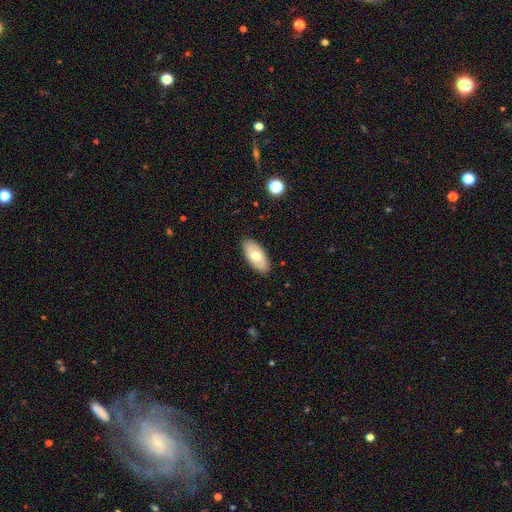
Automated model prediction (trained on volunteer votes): smooth-or-featured: smooth: 65% | featured or disk: 29% | star or artifact: 6%
  how-rounded: in between: 93% | cigar-shaped: 4% | round: 3%
  merging: none: 88% | minor disturbance: 9% | major disturbance: 2% | merger: 1%